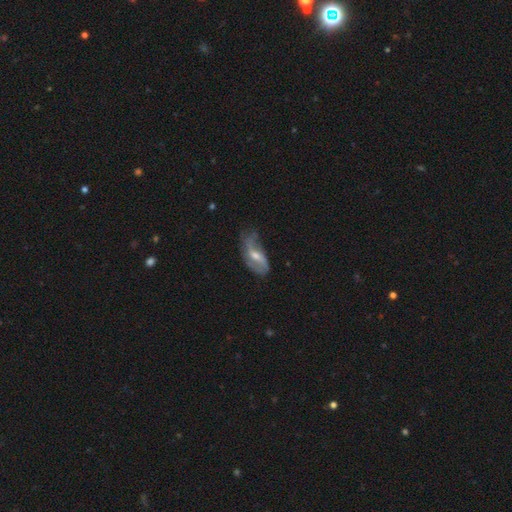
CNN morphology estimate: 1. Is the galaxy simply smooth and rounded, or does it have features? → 67% featured or disk, 26% smooth, 7% star or artifact.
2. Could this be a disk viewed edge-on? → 91% no, 9% yes.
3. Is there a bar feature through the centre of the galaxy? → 46% weak, 33% no, 22% strong.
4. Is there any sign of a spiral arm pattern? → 79% yes, 21% no.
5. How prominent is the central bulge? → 57% moderate, 34% small, 4% large, 4% none, 1% dominant.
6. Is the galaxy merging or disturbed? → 44% none, 33% minor disturbance, 20% major disturbance, 3% merger.